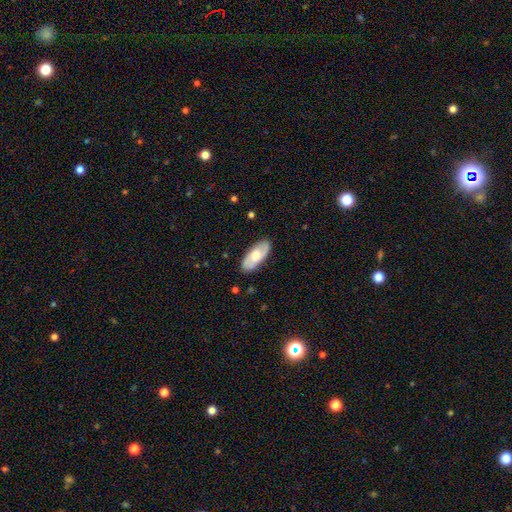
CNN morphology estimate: Smooth or featured: smooth — 50% (featured or disk — 44%)
How rounded: in between — 86% (cigar-shaped — 12%)
Merging: none — 86% (minor disturbance — 11%)